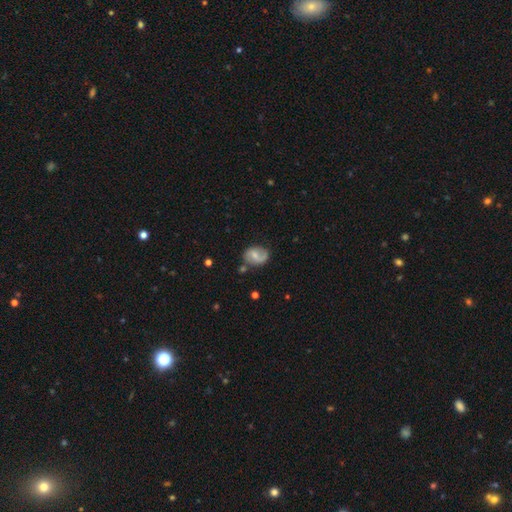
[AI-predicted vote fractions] Morphology: type=featured or disk (58%); edge-on=no (97%); bar=weak (51%); spiral arms=yes (85%); bulge=small (45%); merging=none (67%).